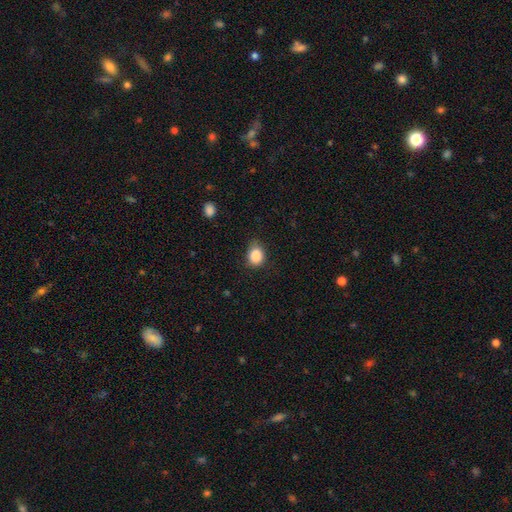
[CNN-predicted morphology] This is clearly a smooth galaxy (87%). How rounded: possibly round (51%). Merging: likely none (66%).